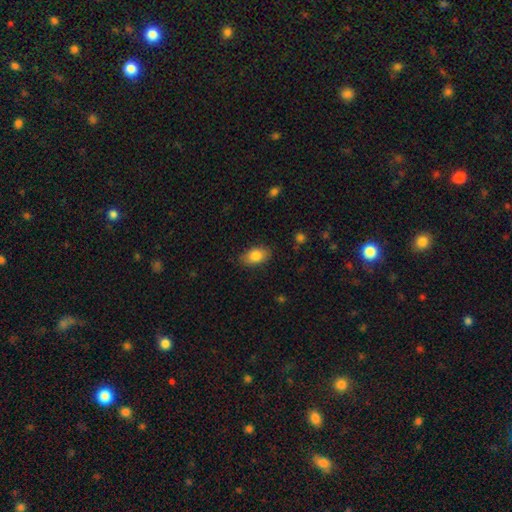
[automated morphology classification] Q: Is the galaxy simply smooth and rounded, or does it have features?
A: smooth — 84%.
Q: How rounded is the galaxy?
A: in between — 89%.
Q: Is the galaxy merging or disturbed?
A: none — 83%.